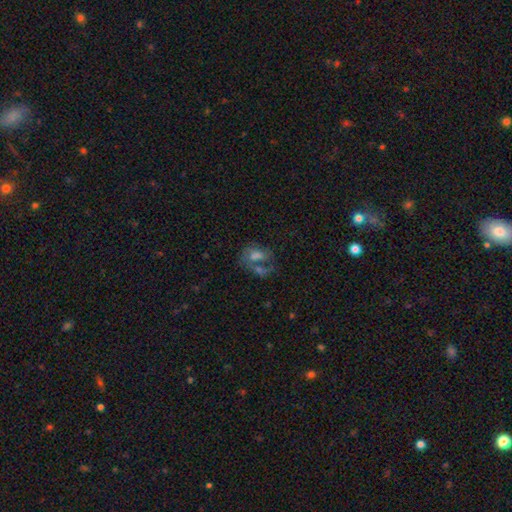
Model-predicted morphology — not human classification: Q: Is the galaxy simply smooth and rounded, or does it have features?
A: featured or disk — 43%.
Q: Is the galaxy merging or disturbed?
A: merger — 39%.